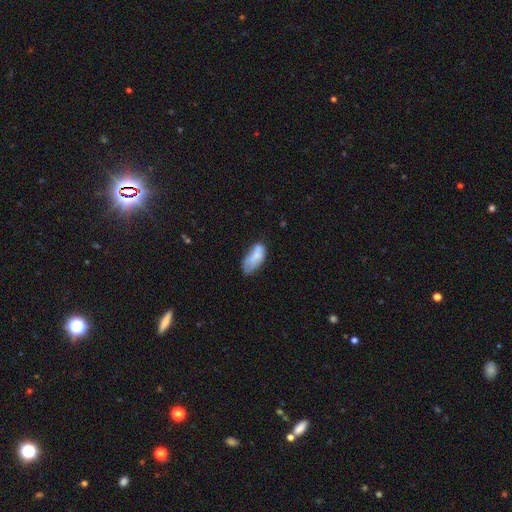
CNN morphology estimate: smooth 69%, featured or disk 22%, star or artifact 9%. Down the decision tree: how rounded — in between (88%); merging — none (36%).